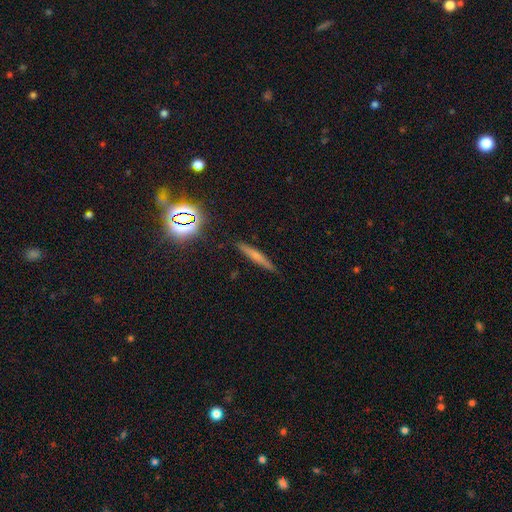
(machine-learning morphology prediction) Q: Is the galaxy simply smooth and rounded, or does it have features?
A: smooth — 54%.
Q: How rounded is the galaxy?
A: cigar-shaped — 92%.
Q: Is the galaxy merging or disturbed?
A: none — 88%.